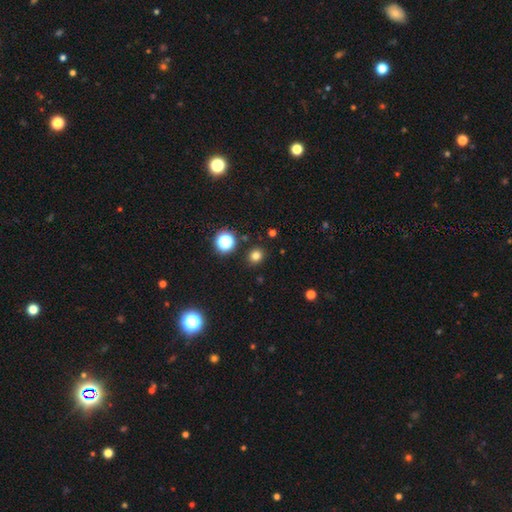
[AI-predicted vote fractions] A smooth galaxy with no disk features (78%) that is round (77%).

Vote fractions:
- Smooth or featured? smooth: 78% / star or artifact: 17% / featured or disk: 5%
- How rounded? round: 77% / in between: 22% / cigar-shaped: 1%
- Merging? none: 89% / minor disturbance: 7% / major disturbance: 2% / merger: 2%